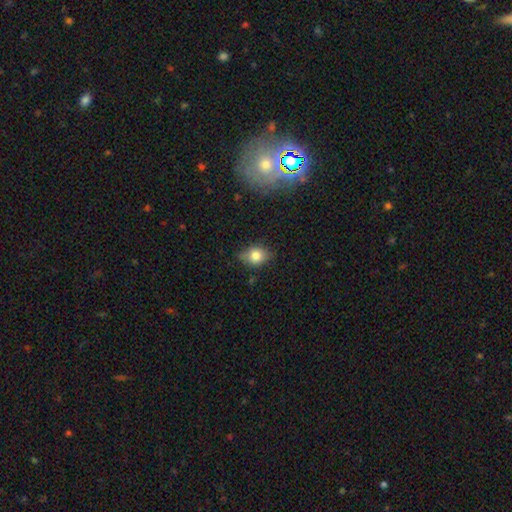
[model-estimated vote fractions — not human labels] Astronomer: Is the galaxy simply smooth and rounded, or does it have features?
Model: smooth — 79%.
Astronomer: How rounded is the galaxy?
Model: in between — 60% (runner-up: round, 38%).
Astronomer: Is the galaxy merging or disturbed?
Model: none — 73%.